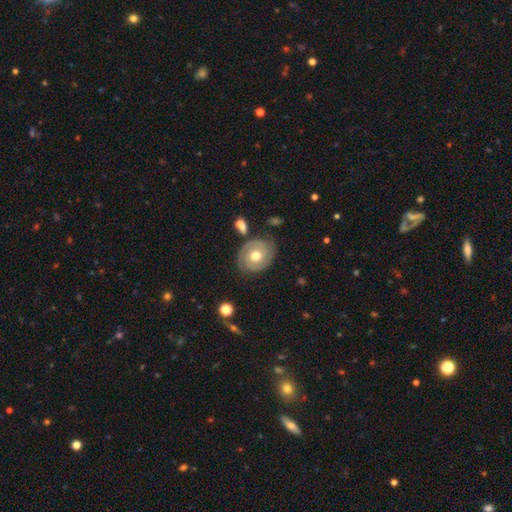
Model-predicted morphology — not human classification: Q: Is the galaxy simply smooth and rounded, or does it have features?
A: featured or disk — 70%.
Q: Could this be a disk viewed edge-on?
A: no — 97%.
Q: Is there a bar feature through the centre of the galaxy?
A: no — 78%.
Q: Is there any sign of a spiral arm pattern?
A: yes — 85%.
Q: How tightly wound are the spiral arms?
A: tight — 67%.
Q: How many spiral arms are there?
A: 2 — 74%.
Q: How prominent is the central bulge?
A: moderate — 80%.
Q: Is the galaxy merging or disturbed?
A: none — 75%.